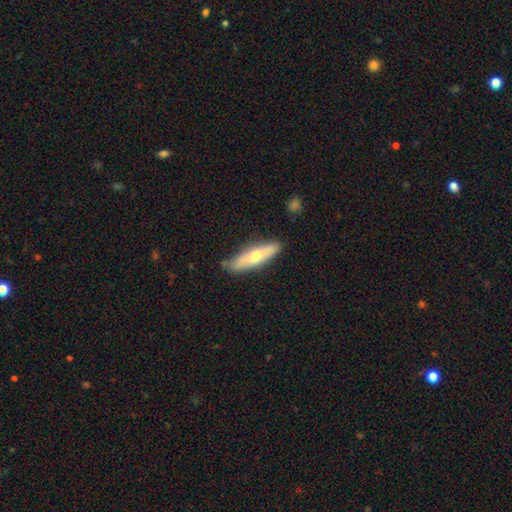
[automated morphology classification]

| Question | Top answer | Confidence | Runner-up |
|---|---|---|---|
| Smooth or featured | smooth | 57% | featured or disk (38%) |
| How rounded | cigar-shaped | 68% | in between (30%) |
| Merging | none | 79% | minor disturbance (16%) |